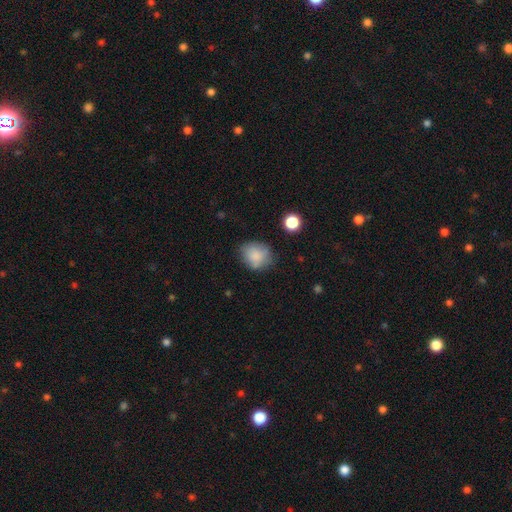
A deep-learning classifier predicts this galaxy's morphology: Smooth or featured? smooth (82%)
How rounded? round (65%)
Merging? none (67%)